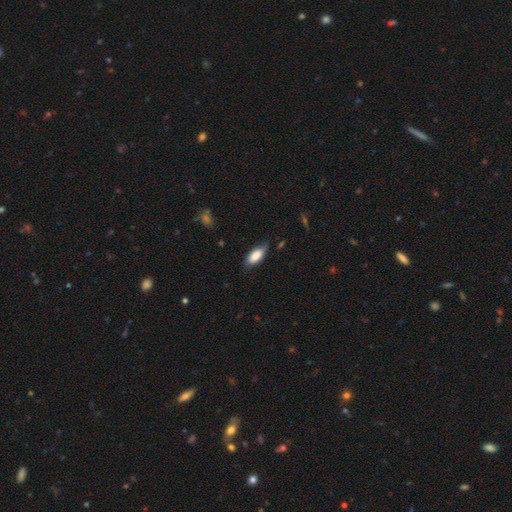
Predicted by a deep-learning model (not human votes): smooth 84%, featured or disk 10%, star or artifact 6%. Down the decision tree: how rounded — in between (86%); merging — none (71%).